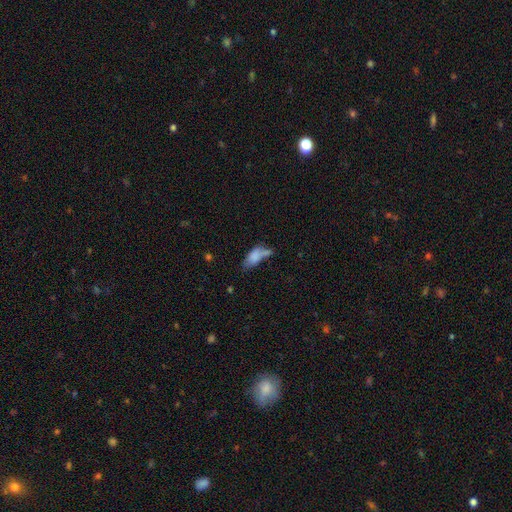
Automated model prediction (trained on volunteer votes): Smooth or featured?
  - smooth: 73% *
  - featured or disk: 17%
  - star or artifact: 10%
How rounded?
  - in between: 83% *
  - cigar-shaped: 14%
  - round: 3%
Merging?
  - none: 30% *
  - merger: 28%
  - minor disturbance: 25%
  - major disturbance: 17%